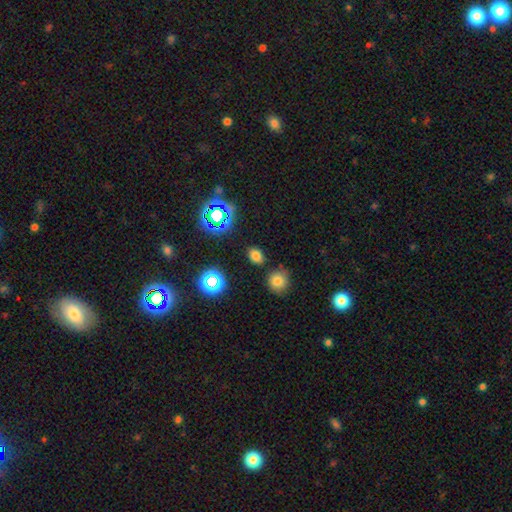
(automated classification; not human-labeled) Smooth or featured? Predicted: smooth (p=0.71). How rounded? Predicted: in between (p=0.67). Merging? Predicted: none (p=0.83).